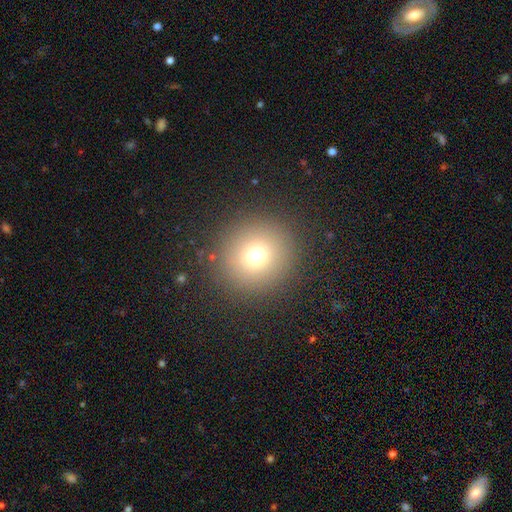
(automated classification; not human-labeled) Smooth or featured: smooth — 72% (star or artifact — 18%)
How rounded: round — 94% (in between — 5%)
Merging: none — 90% (minor disturbance — 6%)